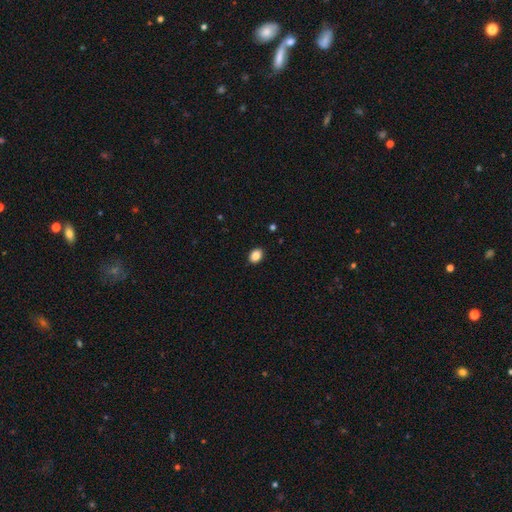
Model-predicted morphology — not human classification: Smooth or featured: smooth — 86% (star or artifact — 9%)
How rounded: in between — 74% (round — 25%)
Merging: none — 90% (minor disturbance — 7%)